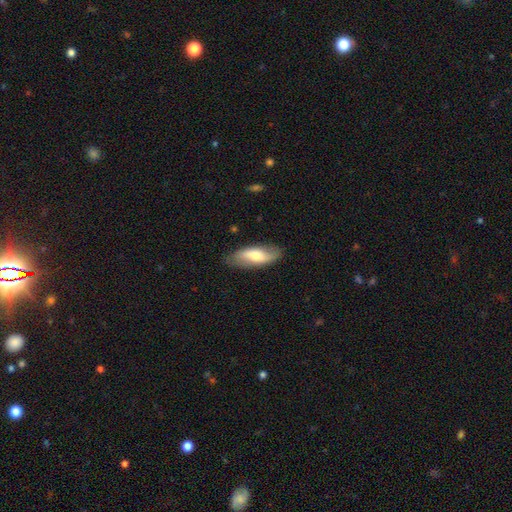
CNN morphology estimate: This appears to be a smooth galaxy with no disk features (55%) that is in between round and cigar-shaped (72%). Merging: none (79%).